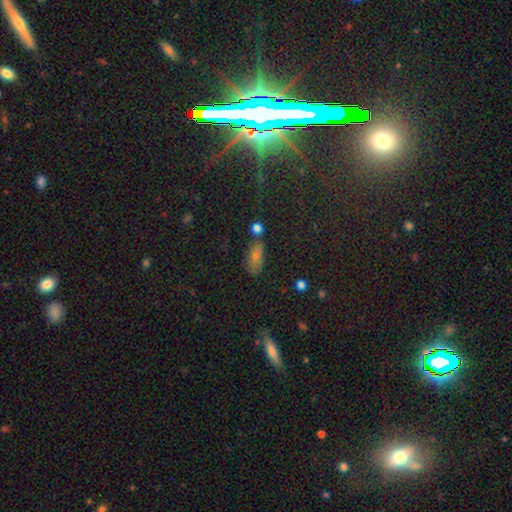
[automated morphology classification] A smooth galaxy with no disk features (53%) that is in between round and cigar-shaped (78%).

Vote fractions:
- Smooth or featured? smooth: 53% / star or artifact: 31% / featured or disk: 16%
- How rounded? in between: 78% / cigar-shaped: 14% / round: 7%
- Merging? none: 68% / minor disturbance: 19% / merger: 7% / major disturbance: 6%